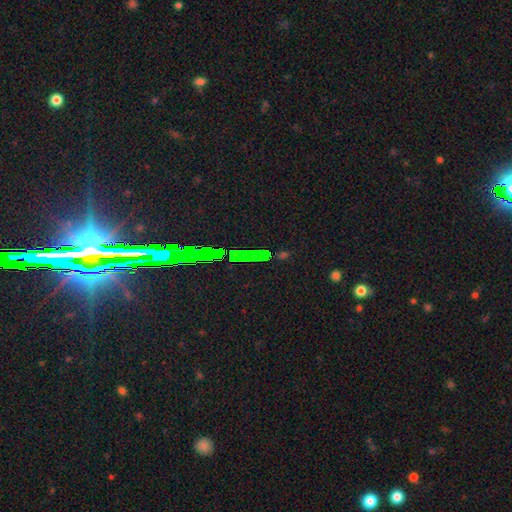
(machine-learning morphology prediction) smooth_or_featured: star or artifact (p=0.82) [alt: featured or disk p=0.11]